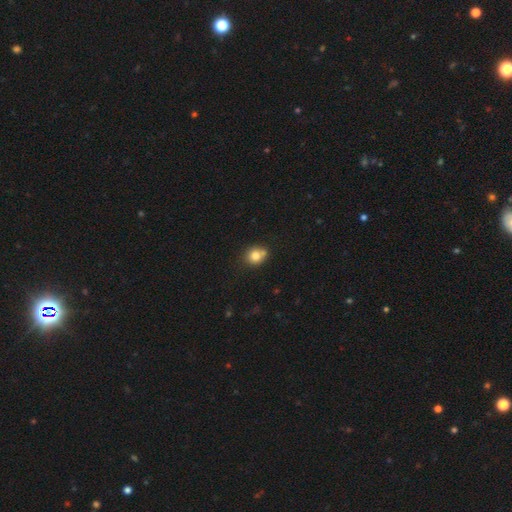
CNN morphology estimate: Smooth or featured? Predicted: smooth (p=0.79). How rounded? Predicted: round (p=0.72). Merging? Predicted: none (p=0.60).